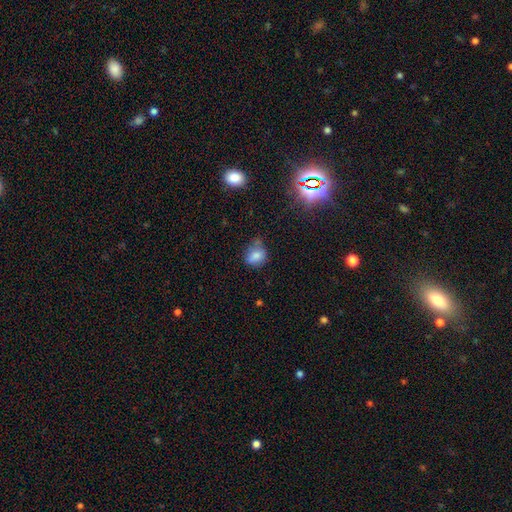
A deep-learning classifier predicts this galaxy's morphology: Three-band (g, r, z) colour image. It shows a smooth galaxy with no disk features (78%) that is in between round and cigar-shaped (50%). Merging: none (55%).